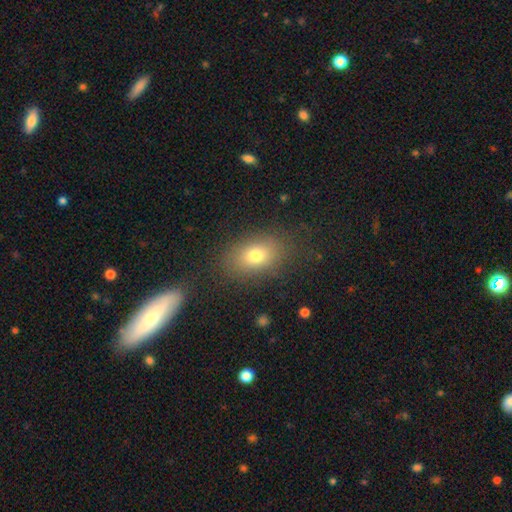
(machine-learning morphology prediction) The model was most divided on "how rounded": in between: 78%, round: 20%, cigar-shaped: 2%. More confident: merging — none (81%); smooth or featured — smooth (75%).